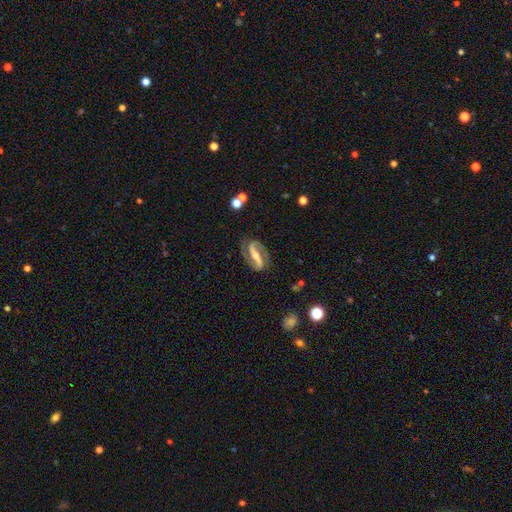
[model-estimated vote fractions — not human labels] This appears to be a featured or disk galaxy (87%) with a strong bar (70%), 2 (92%) medium (46%) spiral arms (95%) and a moderate central bulge (47%). Merging: none (81%).